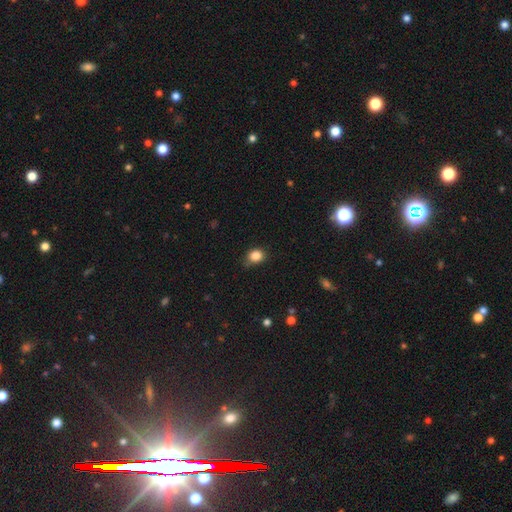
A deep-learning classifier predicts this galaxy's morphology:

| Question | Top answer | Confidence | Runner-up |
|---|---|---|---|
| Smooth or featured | smooth | 85% | star or artifact (11%) |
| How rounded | round | 65% | in between (34%) |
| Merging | none | 71% | minor disturbance (23%) |